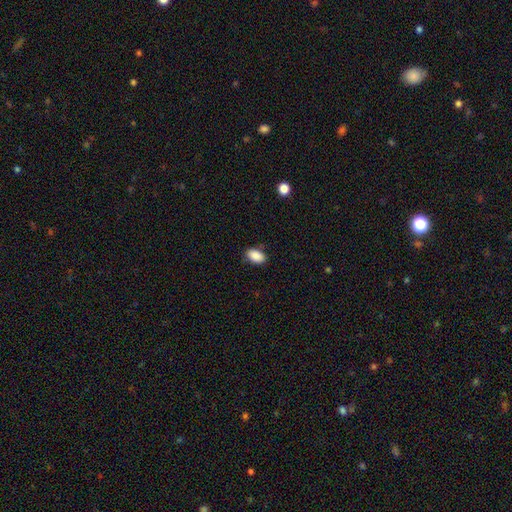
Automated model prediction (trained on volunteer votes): Smooth or featured? Predicted: smooth (p=0.89). How rounded? Predicted: in between (p=0.91). Merging? Predicted: none (p=0.83).